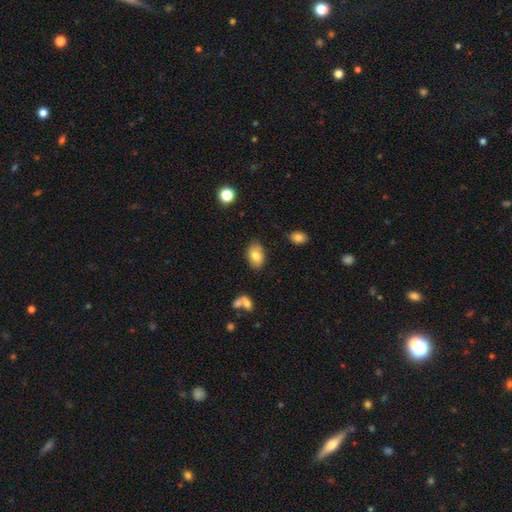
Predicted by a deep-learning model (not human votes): This is likely a smooth galaxy (80%). How rounded: clearly in between (89%). Merging: likely none (78%).